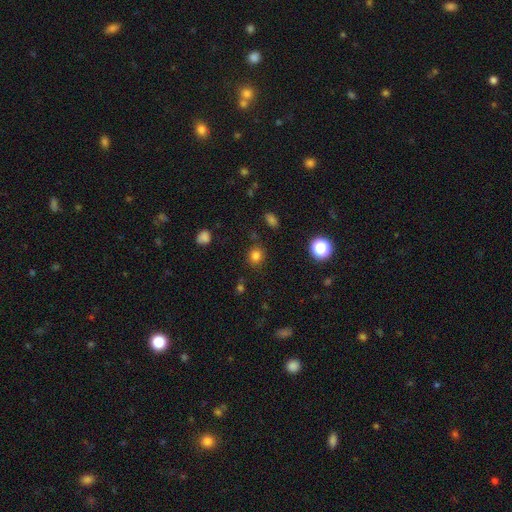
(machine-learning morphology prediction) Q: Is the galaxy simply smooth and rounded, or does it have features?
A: smooth — 80%.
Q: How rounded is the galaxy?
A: round — 81%.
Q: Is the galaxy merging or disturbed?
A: none — 85%.